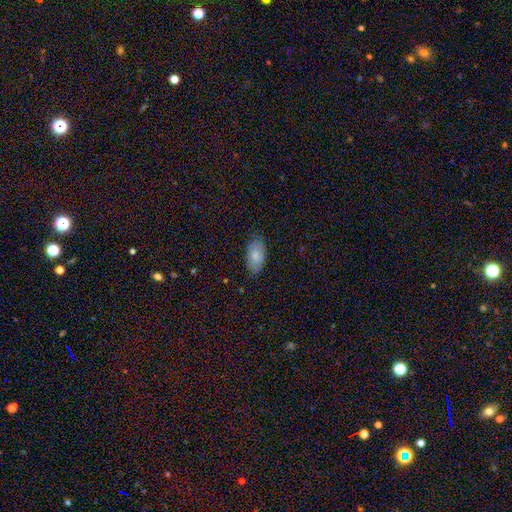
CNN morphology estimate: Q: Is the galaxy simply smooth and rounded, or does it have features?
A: smooth — 78%.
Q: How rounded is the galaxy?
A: in between — 95%.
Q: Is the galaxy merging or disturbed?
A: none — 81%.